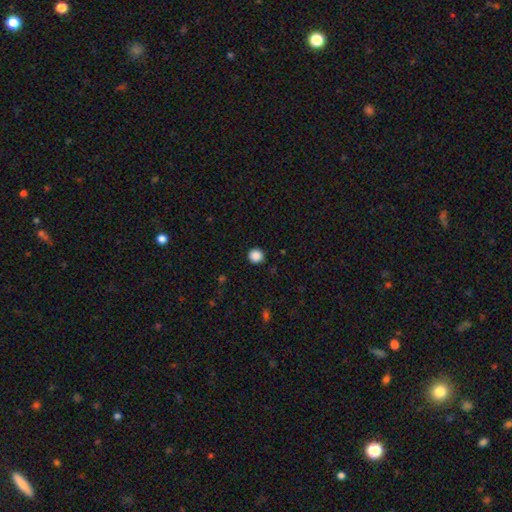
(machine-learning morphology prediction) A smooth galaxy with no disk features (88%) that is round (93%).

Vote fractions:
- Smooth or featured? smooth: 88% / star or artifact: 10% / featured or disk: 3%
- How rounded? round: 93% / in between: 7% / cigar-shaped: 1%
- Merging? none: 92% / minor disturbance: 5% / major disturbance: 2% / merger: 1%